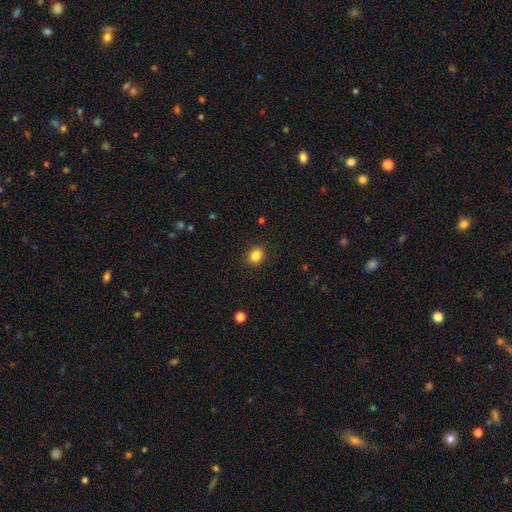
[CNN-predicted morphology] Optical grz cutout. It shows a smooth galaxy with no disk features (85%) that is round (74%). Merging: none (91%).